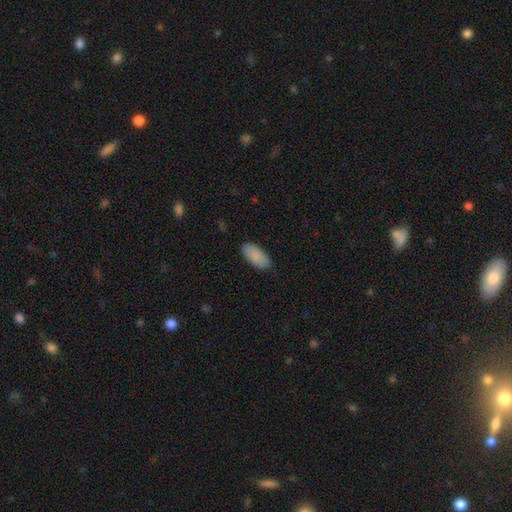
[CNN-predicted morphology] smooth_or_featured: smooth (p=0.88) [alt: featured or disk p=0.06]
how_rounded: in between (p=0.93) [alt: cigar-shaped p=0.05]
merging: none (p=0.85) [alt: minor disturbance p=0.12]